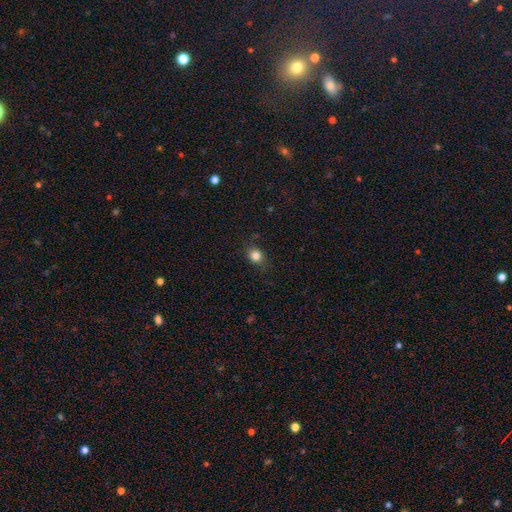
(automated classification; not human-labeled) Morphology: type=smooth (83%); roundness=round (66%); merging=none (83%).